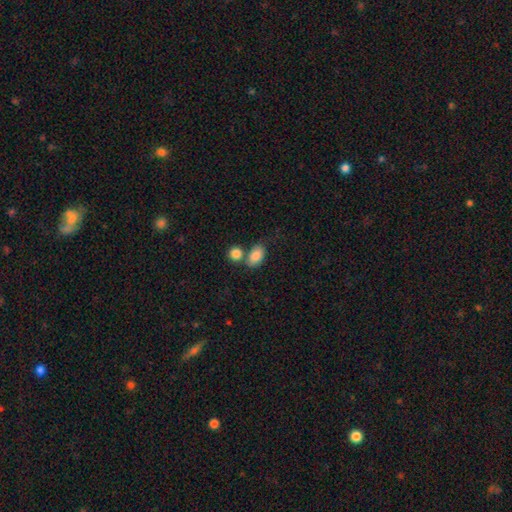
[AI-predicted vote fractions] Morphology: type=smooth (85%); roundness=in between (84%); merging=none (48%).